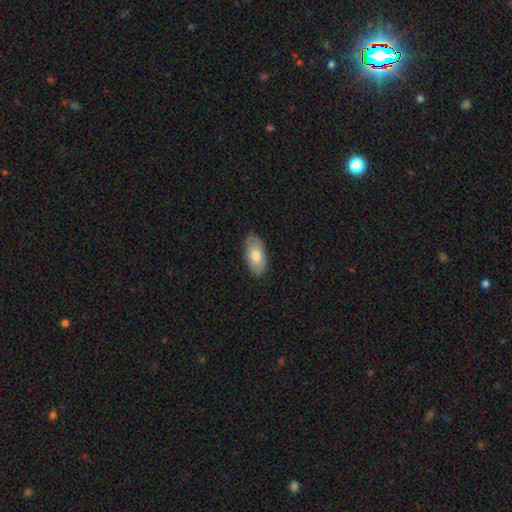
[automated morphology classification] type=smooth (76%); roundness=in between (93%); merging=none (86%).